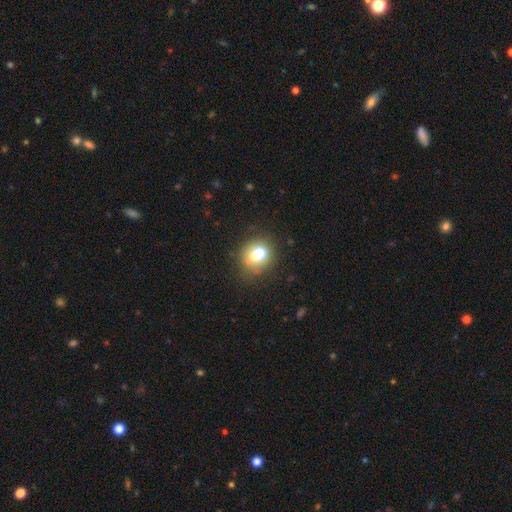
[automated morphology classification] type=smooth (70%); roundness=round (64%); merging=none (61%).